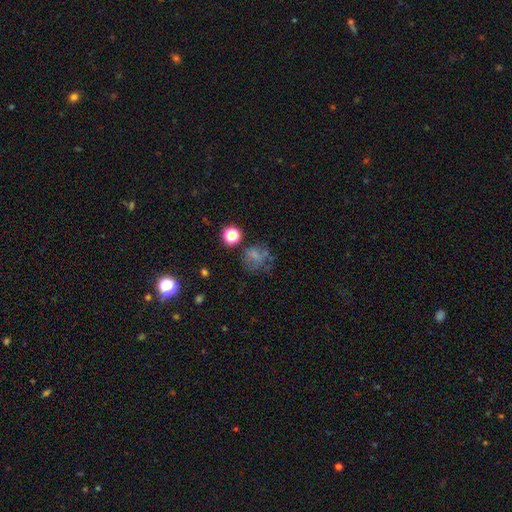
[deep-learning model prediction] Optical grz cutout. It shows a smooth galaxy with no disk features (50%). Merging: none (45%).